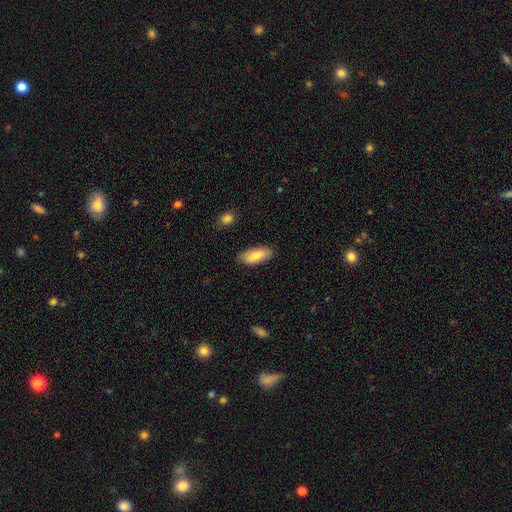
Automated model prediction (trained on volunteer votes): This is clearly a smooth galaxy (81%). How rounded: clearly in between (84%). Merging: clearly none (83%).